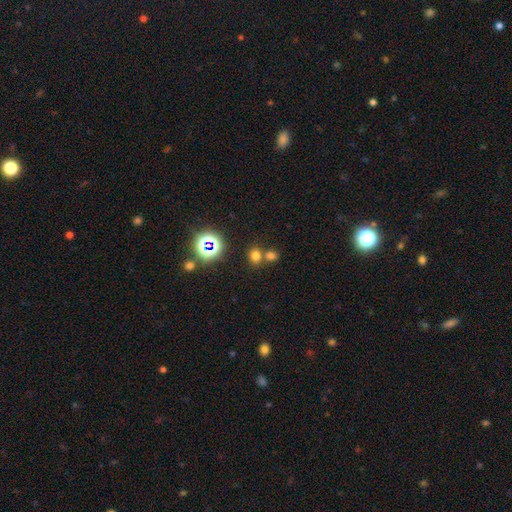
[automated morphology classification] smooth-or-featured: smooth: 66% | star or artifact: 26% | featured or disk: 7%
  how-rounded: round: 74% | in between: 25% | cigar-shaped: 1%
  merging: none: 56% | merger: 34% | minor disturbance: 7% | major disturbance: 3%